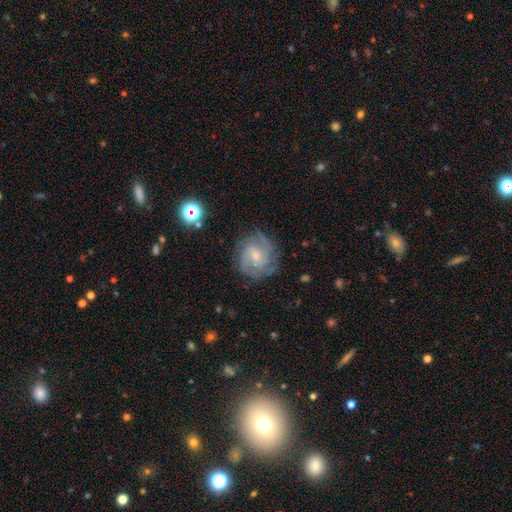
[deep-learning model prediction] smooth-or-featured: featured or disk: 80% | smooth: 13% | star or artifact: 7%
  disk-edge-on: no: 98% | yes: 2%
    bar: no: 49% | weak: 44% | strong: 8%
    has-spiral-arms: yes: 95% | no: 5%
      spiral-winding: tight: 49% | medium: 41% | loose: 10%
      spiral-arm-count: 3: 31% | can't tell: 24% | 2: 23% | 4: 12% | 1: 5% | more than 4: 5%
    bulge-size: small: 66% | moderate: 28% | none: 3% | large: 2% | dominant: 1%
  merging: none: 76% | minor disturbance: 16% | major disturbance: 7% | merger: 1%